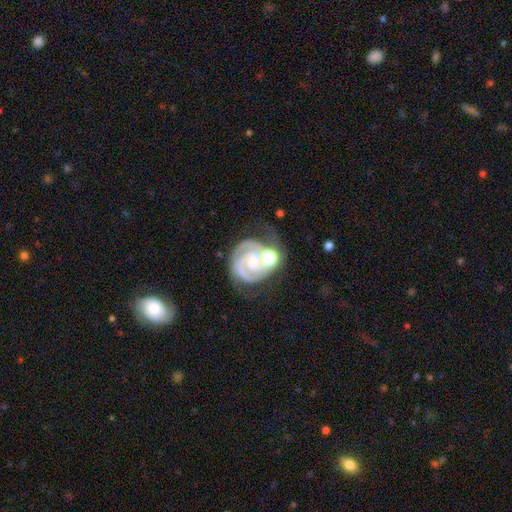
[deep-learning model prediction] Q: Smooth or featured?
A: featured or disk (85%); runner-up: smooth (9%)
Q: Edge-on disk?
A: no (98%); runner-up: yes (2%)
Q: Bar?
A: no (59%); runner-up: weak (32%)
Q: Spiral arms?
A: yes (96%); runner-up: no (4%)
Q: Spiral winding?
A: tight (62%); runner-up: medium (31%)
Q: Spiral arm count?
A: 2 (63%); runner-up: 3 (14%)
Q: Bulge size?
A: small (46%); runner-up: moderate (38%)
Q: Merging?
A: none (44%); runner-up: merger (24%)